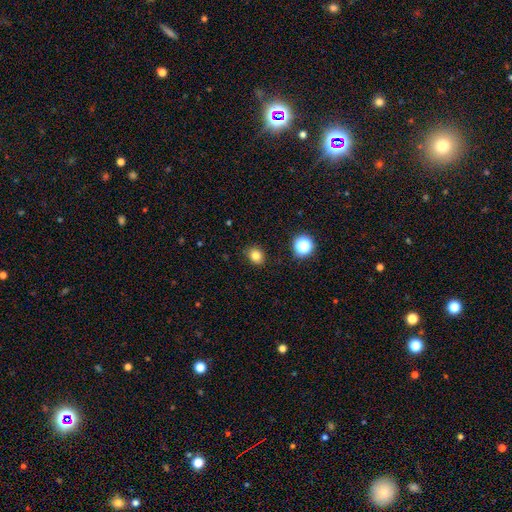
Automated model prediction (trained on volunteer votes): smooth 81%, star or artifact 13%, featured or disk 6%. Down the decision tree: how rounded — round (65%); merging — none (88%).